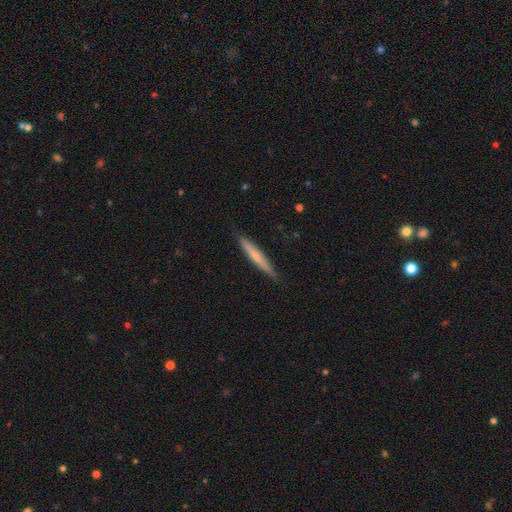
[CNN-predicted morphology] This appears to be a smooth galaxy with no disk features (59%) that is cigar-shaped (95%). Merging: none (88%).